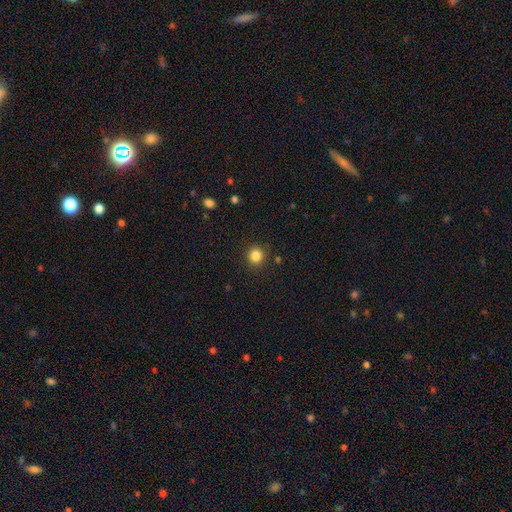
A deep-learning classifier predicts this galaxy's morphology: Smooth or featured?
  - smooth: 84% *
  - star or artifact: 12%
  - featured or disk: 4%
How rounded?
  - round: 90% *
  - in between: 9%
  - cigar-shaped: 1%
Merging?
  - none: 91% *
  - minor disturbance: 6%
  - major disturbance: 2%
  - merger: 1%